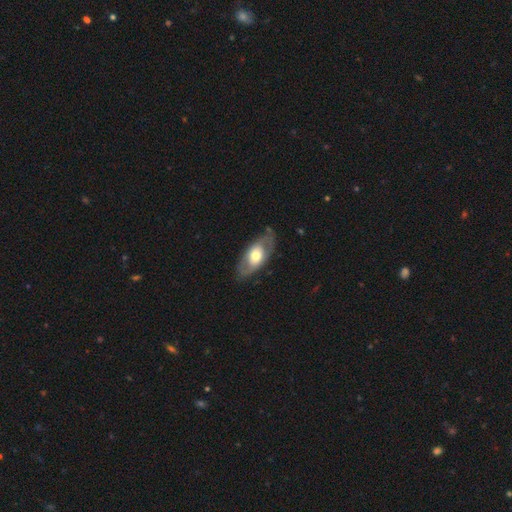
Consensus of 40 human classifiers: featured or disk 60%, smooth 32%, star or artifact 8%. Down the decision tree: edge-on disk — no (92%); bar — no (86%); spiral arms — no (82%); bulge size — moderate (64%); merging — none (49%).